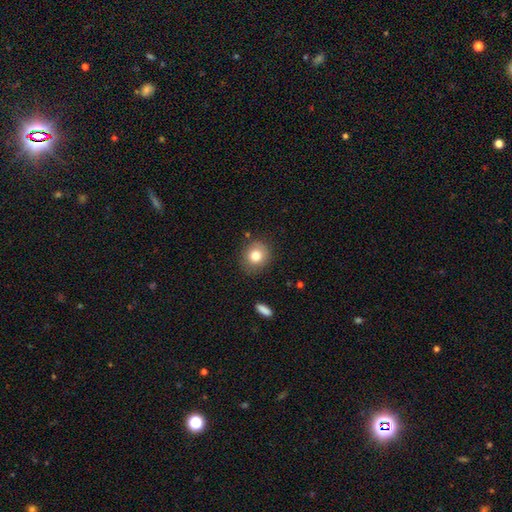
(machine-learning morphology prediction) Smooth or featured? smooth (80%)
How rounded? round (82%)
Merging? none (83%)